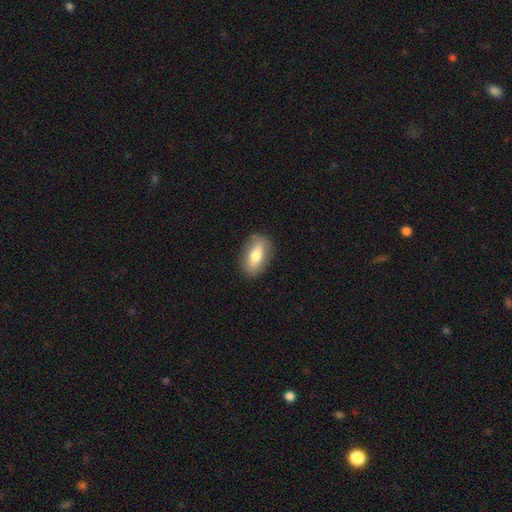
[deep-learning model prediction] Smooth or featured?
  - smooth: 65% *
  - featured or disk: 28%
  - star or artifact: 7%
How rounded?
  - in between: 83% *
  - cigar-shaped: 10%
  - round: 7%
Merging?
  - none: 84% *
  - minor disturbance: 12%
  - major disturbance: 3%
  - merger: 1%